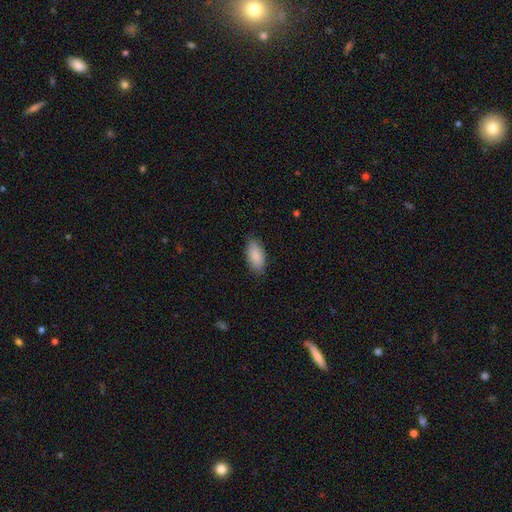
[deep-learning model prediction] This appears to be a smooth galaxy with no disk features (89%) that is in between round and cigar-shaped (93%). Merging: none (84%).